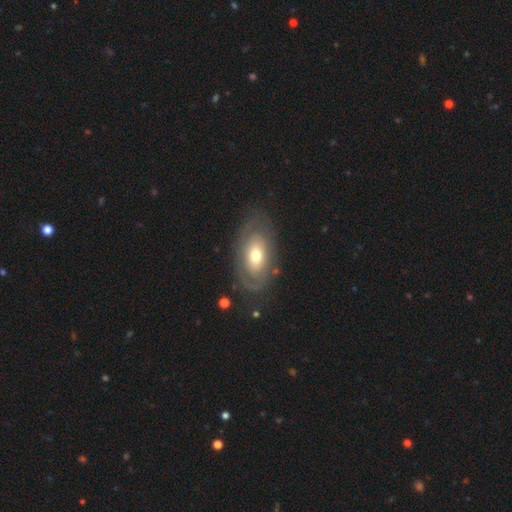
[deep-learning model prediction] Smooth or featured?
  - featured or disk: 66% *
  - smooth: 28%
  - star or artifact: 5%
Edge-on disk?
  - no: 92% *
  - yes: 8%
Bar?
  - no: 81% *
  - weak: 14%
  - strong: 4%
Spiral arms?
  - yes: 60% *
  - no: 40%
Bulge size?
  - moderate: 68% *
  - small: 16%
  - large: 13%
  - dominant: 2%
  - none: 1%
Merging?
  - none: 74% *
  - minor disturbance: 16%
  - major disturbance: 8%
  - merger: 2%